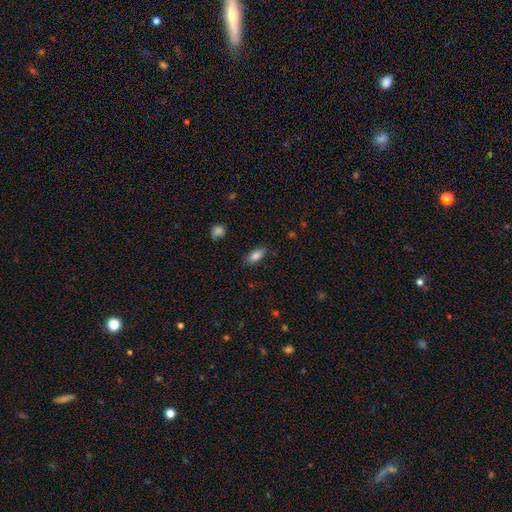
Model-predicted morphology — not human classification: This appears to be a smooth galaxy with no disk features (86%) that is in between round and cigar-shaped (89%). Merging: none (80%).